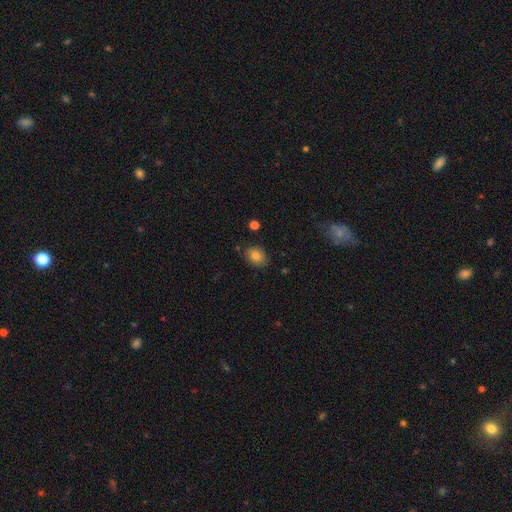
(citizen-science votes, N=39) Volunteers were most divided on "how rounded": in between: 62%, round: 38%, cigar-shaped: 0%. More confident: smooth or featured — smooth (87%); merging — none (69%).